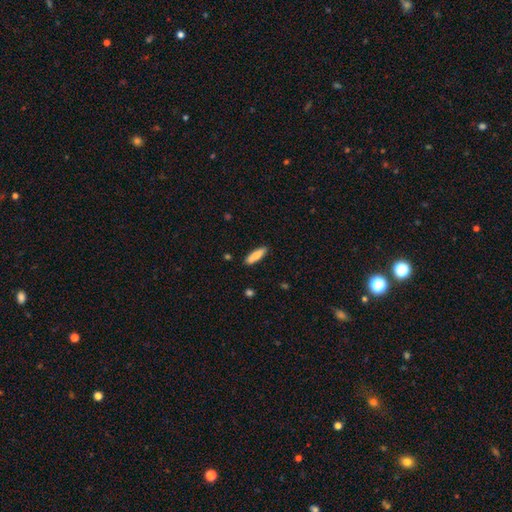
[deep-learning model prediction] smooth_or_featured: smooth (p=0.79) [alt: featured or disk p=0.15]
how_rounded: cigar-shaped (p=0.58) [alt: in between p=0.40]
merging: none (p=0.87) [alt: minor disturbance p=0.09]